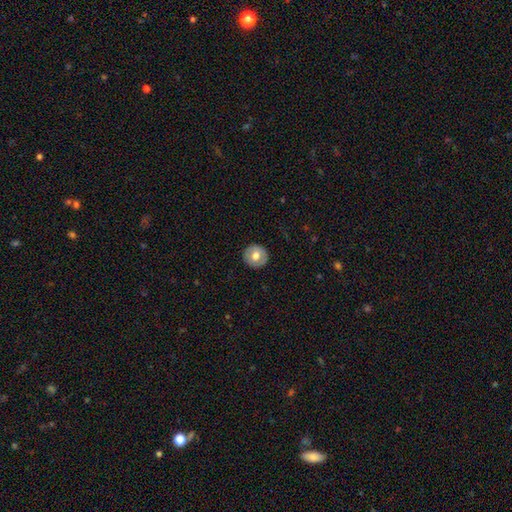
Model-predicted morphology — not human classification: Overall: smooth (64%; featured or disk 30%). How rounded: round (92%). Merging: none (90%).